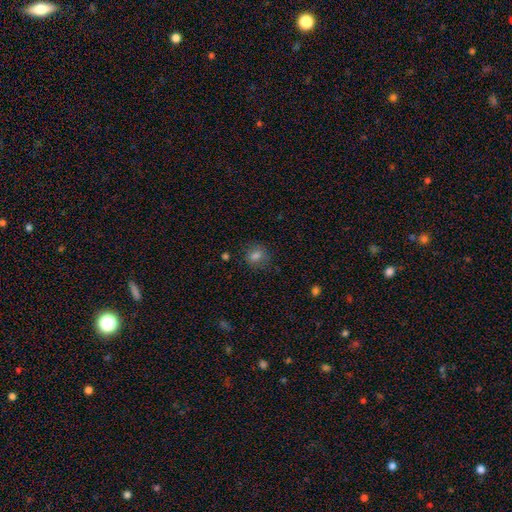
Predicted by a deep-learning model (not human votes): smooth_or_featured: smooth (p=0.77) [alt: star or artifact p=0.13]
how_rounded: round (p=0.61) [alt: in between p=0.37]
merging: none (p=0.79) [alt: minor disturbance p=0.14]